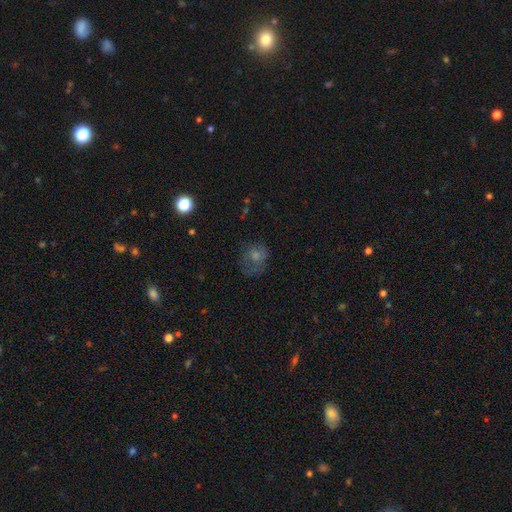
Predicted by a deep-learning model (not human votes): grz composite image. It shows a smooth galaxy with no disk features (49%). Merging: none (61%).